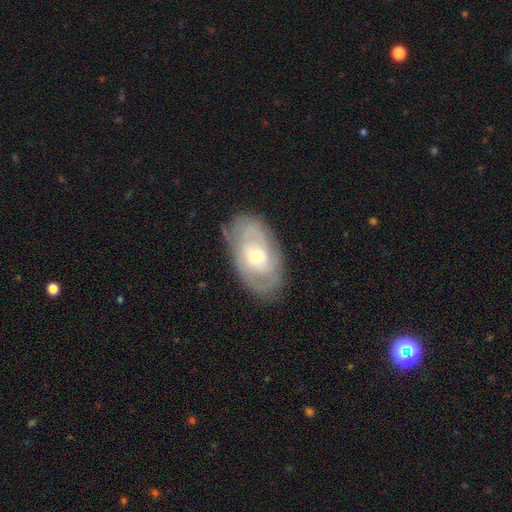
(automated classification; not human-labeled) A featured or disk galaxy (61%) with no bar (73%), spiral arms (63%) and a moderate central bulge (49%). Merging: none (77%).